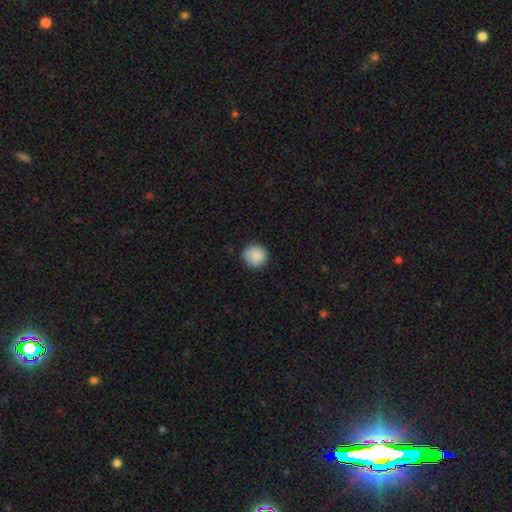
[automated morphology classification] type=smooth (88%); roundness=round (92%); merging=none (85%).